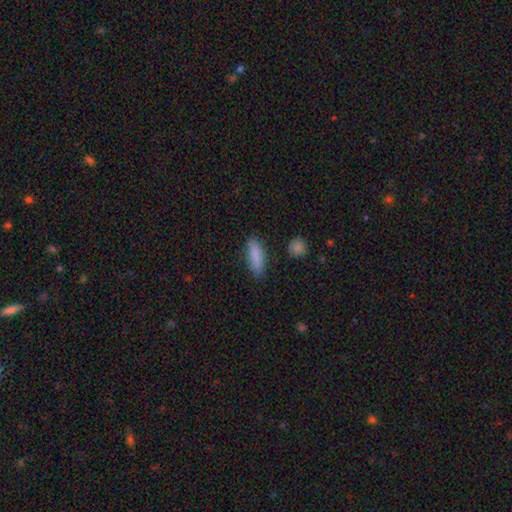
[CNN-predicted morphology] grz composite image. It shows a smooth galaxy with no disk features (87%) that is in between round and cigar-shaped (63%). Merging: none (84%).